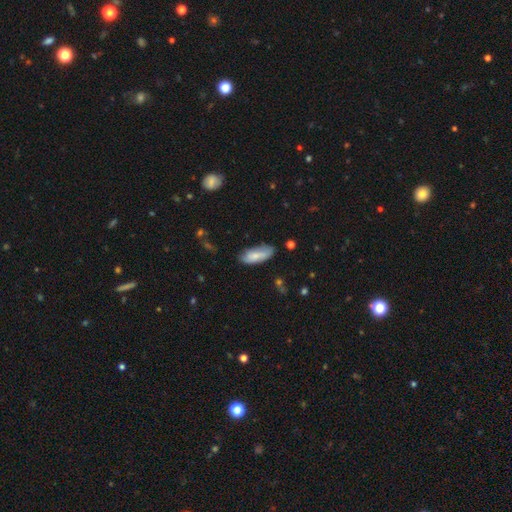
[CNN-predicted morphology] A smooth galaxy with no disk features (76%) that is in between round and cigar-shaped (77%).

Vote fractions:
- Smooth or featured? smooth: 76% / featured or disk: 18% / star or artifact: 6%
- How rounded? in between: 77% / cigar-shaped: 21% / round: 2%
- Merging? none: 70% / minor disturbance: 23% / major disturbance: 5% / merger: 2%